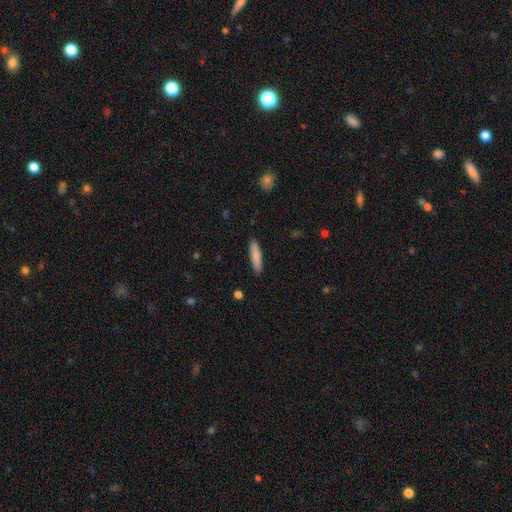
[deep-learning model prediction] The model was most divided on "how rounded": cigar-shaped: 78%, in between: 20%, round: 1%. More confident: merging — none (90%); smooth or featured — smooth (85%).